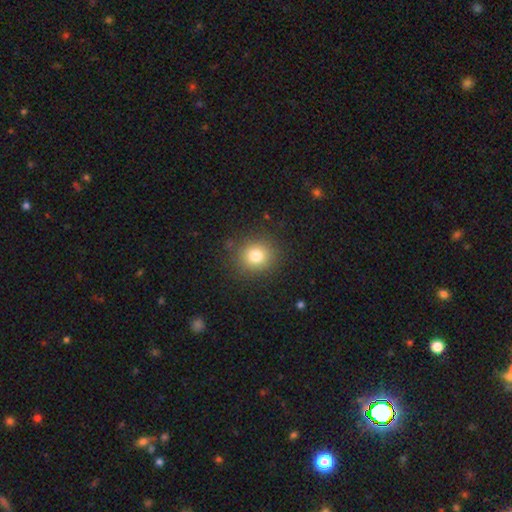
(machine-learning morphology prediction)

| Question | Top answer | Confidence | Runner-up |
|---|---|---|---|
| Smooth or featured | smooth | 81% | star or artifact (12%) |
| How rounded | round | 83% | in between (16%) |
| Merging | none | 86% | minor disturbance (9%) |